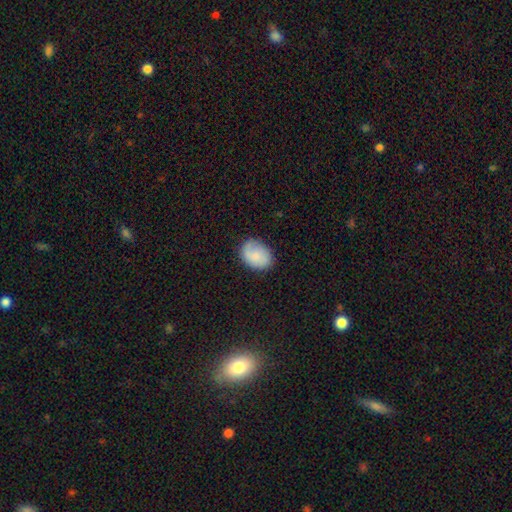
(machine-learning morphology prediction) Smooth or featured? Predicted: smooth (p=0.73). How rounded? Predicted: in between (p=0.65). Merging? Predicted: none (p=0.73).